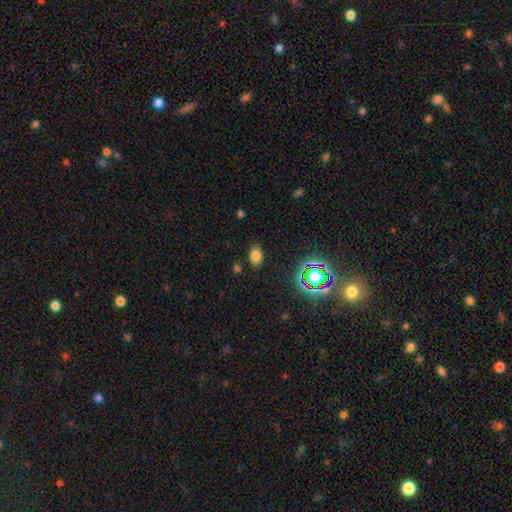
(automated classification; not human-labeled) Smooth or featured? Predicted: smooth (p=0.75). How rounded? Predicted: in between (p=0.84). Merging? Predicted: none (p=0.85).